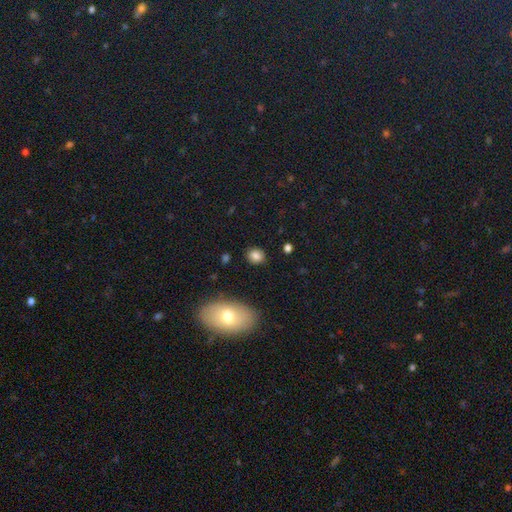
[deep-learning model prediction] smooth-or-featured: smooth: 82% | star or artifact: 11% | featured or disk: 7%
  how-rounded: round: 68% | in between: 31% | cigar-shaped: 1%
  merging: none: 86% | minor disturbance: 10% | major disturbance: 3% | merger: 2%